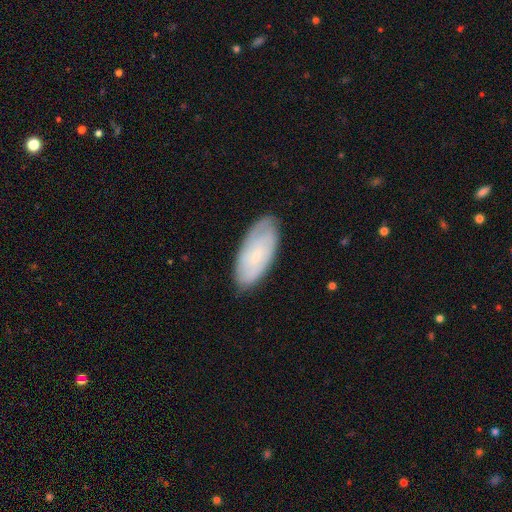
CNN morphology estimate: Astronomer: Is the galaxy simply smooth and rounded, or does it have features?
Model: featured or disk — 48% (runner-up: smooth, 45%).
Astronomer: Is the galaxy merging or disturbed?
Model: none — 81%.